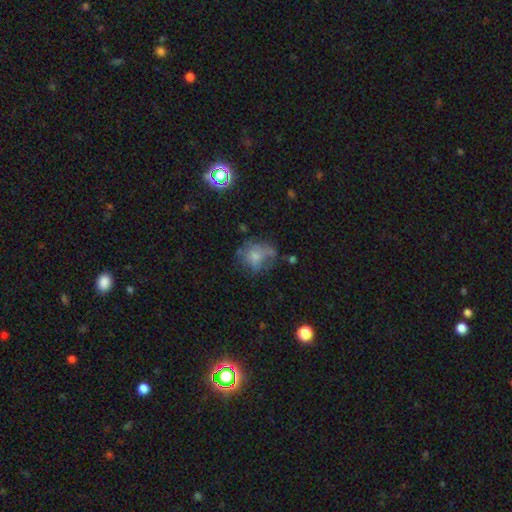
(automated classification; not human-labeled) smooth-or-featured: smooth: 54% | featured or disk: 32% | star or artifact: 15%
  how-rounded: round: 64% | in between: 35% | cigar-shaped: 1%
  merging: none: 41% | major disturbance: 27% | minor disturbance: 26% | merger: 6%